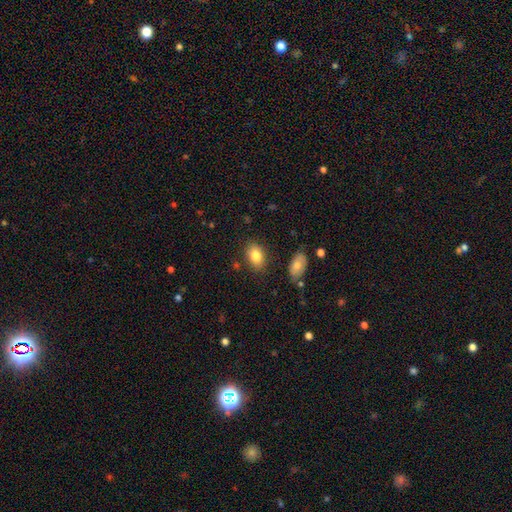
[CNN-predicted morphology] Smooth or featured?
  - smooth: 83% *
  - featured or disk: 9%
  - star or artifact: 8%
How rounded?
  - in between: 85% *
  - round: 14%
  - cigar-shaped: 1%
Merging?
  - none: 82% *
  - minor disturbance: 12%
  - merger: 3%
  - major disturbance: 3%